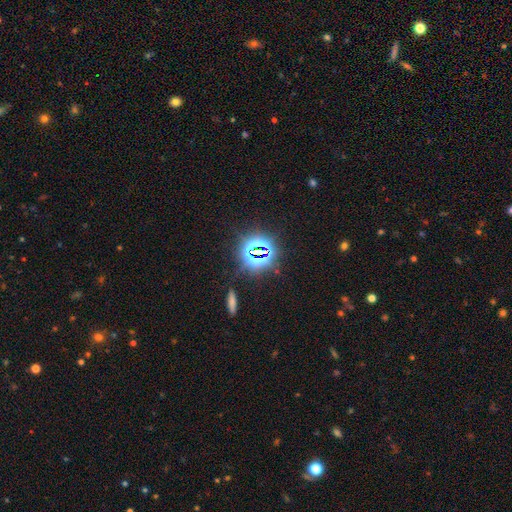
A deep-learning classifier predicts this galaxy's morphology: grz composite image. It shows a star or artifact, not a galaxy (77%).